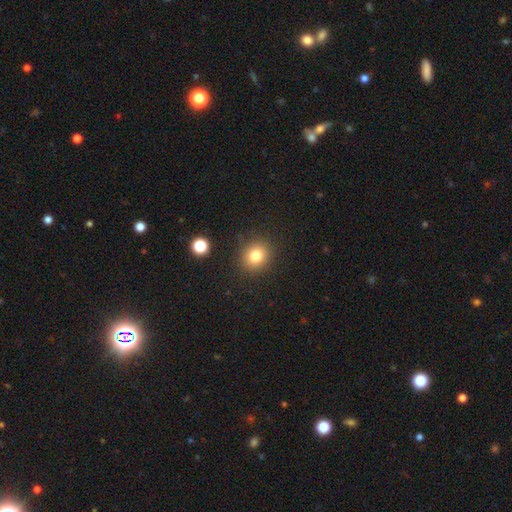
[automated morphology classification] A smooth galaxy with no disk features (80%) that is round (77%). Merging: none (88%).